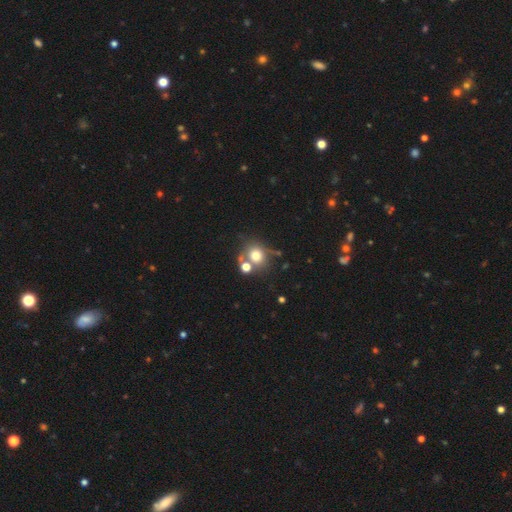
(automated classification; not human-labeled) Overall: smooth (72%). How rounded: round (80%). Merging: none (57%; merger 25%).